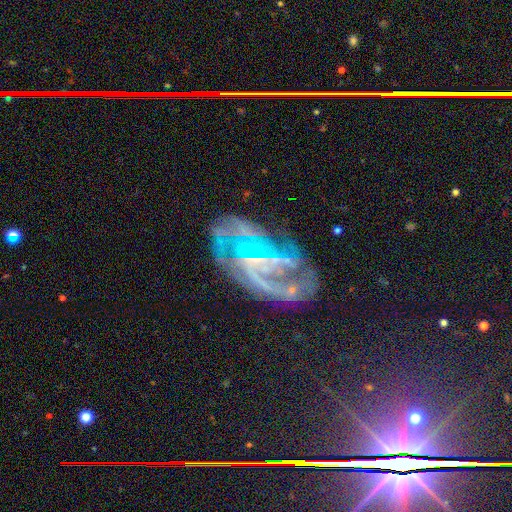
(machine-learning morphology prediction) This is likely a featured or disk galaxy (79%). It is clearly not viewed edge-on (97%). Bar: marginally weak (38%). Spiral arm pattern: likely yes (78%). Spiral arm count: marginally 2 (36%). Spiral winding: marginally loose (41%). Central bulge: marginally small (43%, tied with none). Merging: marginally none (40%).